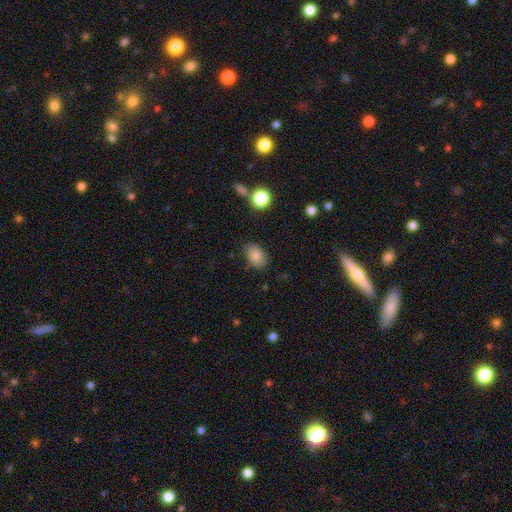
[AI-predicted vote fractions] Smooth or featured? Predicted: smooth (p=0.85). How rounded? Predicted: in between (p=0.82). Merging? Predicted: none (p=0.82).